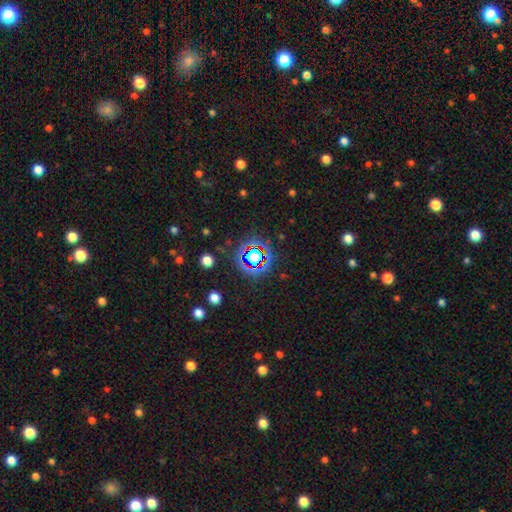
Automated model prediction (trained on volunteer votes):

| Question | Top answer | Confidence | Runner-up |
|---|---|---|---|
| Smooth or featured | star or artifact | 65% | smooth (23%) |